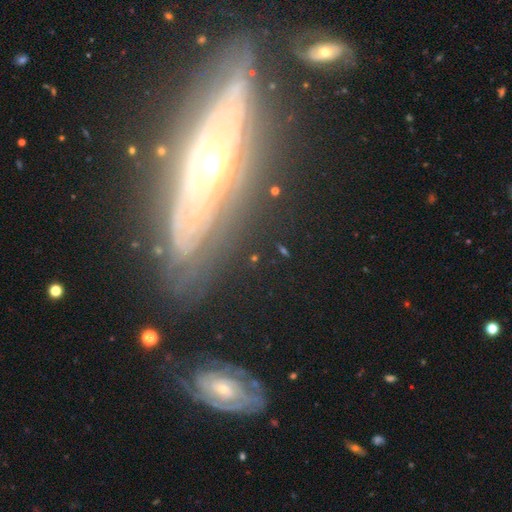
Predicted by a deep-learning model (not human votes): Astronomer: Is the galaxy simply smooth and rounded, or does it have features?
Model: featured or disk — 74%.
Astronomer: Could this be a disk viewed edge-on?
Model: no — 66%.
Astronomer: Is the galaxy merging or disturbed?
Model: none — 72%.